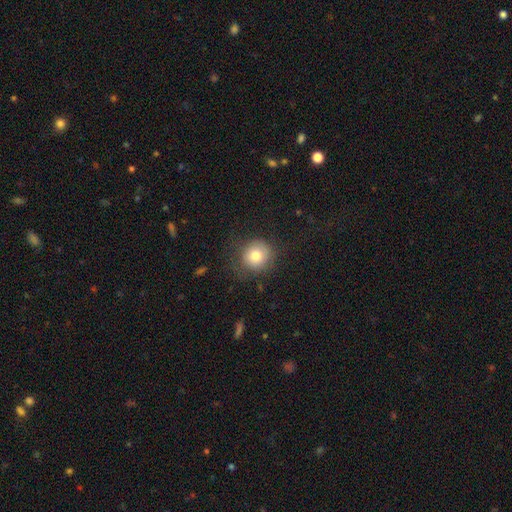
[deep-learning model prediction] Smooth or featured? Predicted: smooth (p=0.77). How rounded? Predicted: round (p=0.89). Merging? Predicted: none (p=0.73).